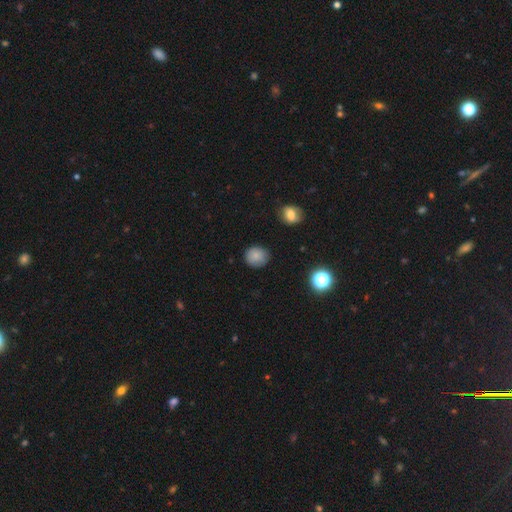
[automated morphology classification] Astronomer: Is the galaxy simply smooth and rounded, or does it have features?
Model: smooth — 83%.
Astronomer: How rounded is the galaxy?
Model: round — 80%.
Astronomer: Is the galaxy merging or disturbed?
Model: none — 81%.